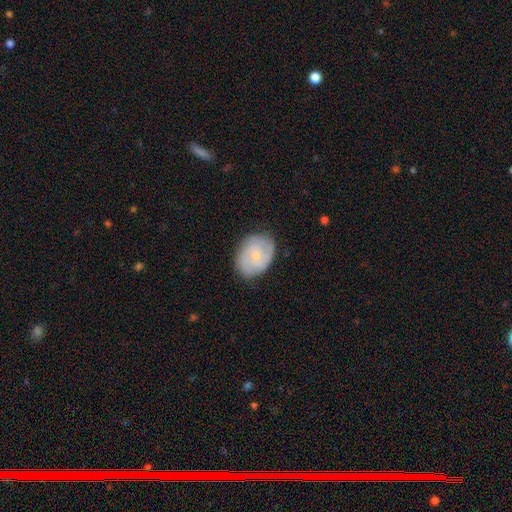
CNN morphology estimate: Smooth or featured?
  - featured or disk: 61% *
  - smooth: 32%
  - star or artifact: 6%
Edge-on disk?
  - no: 97% *
  - yes: 3%
Bar?
  - no: 72% *
  - weak: 25%
  - strong: 4%
Spiral arms?
  - yes: 84% *
  - no: 16%
Spiral winding?
  - tight: 55% *
  - medium: 35%
  - loose: 10%
Spiral arm count?
  - 2: 43% *
  - can't tell: 31%
  - 3: 15%
  - 4: 4%
  - 1: 4%
  - more than 4: 3%
Bulge size?
  - small: 74% *
  - moderate: 22%
  - none: 2%
  - large: 1%
  - dominant: 1%
Merging?
  - none: 79% *
  - minor disturbance: 16%
  - major disturbance: 4%
  - merger: 1%